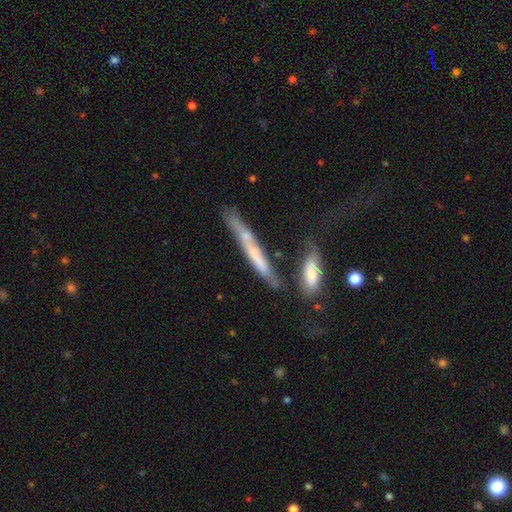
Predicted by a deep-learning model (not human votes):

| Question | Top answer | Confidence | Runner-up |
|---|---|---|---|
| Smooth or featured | featured or disk | 52% | smooth (40%) |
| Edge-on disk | yes | 81% | no (19%) |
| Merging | none | 50% | minor disturbance (20%) |